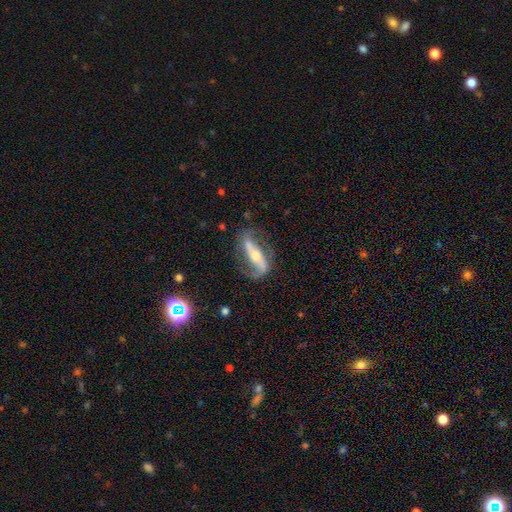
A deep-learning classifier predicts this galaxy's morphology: Q: Smooth or featured?
A: featured or disk (81%); runner-up: smooth (13%)
Q: Edge-on disk?
A: no (76%); runner-up: yes (24%)
Q: Bar?
A: strong (65%); runner-up: no (19%)
Q: Spiral arms?
A: yes (87%); runner-up: no (13%)
Q: Spiral winding?
A: loose (49%); runner-up: medium (33%)
Q: Spiral arm count?
A: 2 (87%); runner-up: can't tell (6%)
Q: Bulge size?
A: moderate (53%); runner-up: small (40%)
Q: Merging?
A: none (71%); runner-up: minor disturbance (17%)